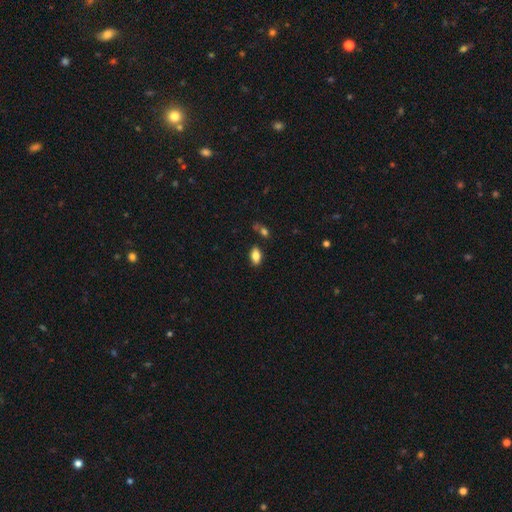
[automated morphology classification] Smooth or featured? Predicted: smooth (p=0.83). How rounded? Predicted: in between (p=0.91). Merging? Predicted: none (p=0.83).